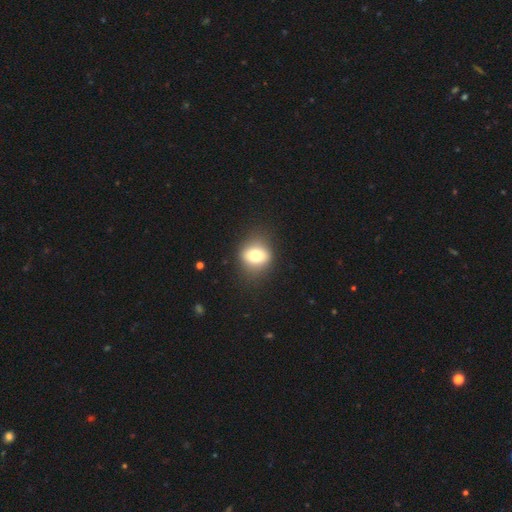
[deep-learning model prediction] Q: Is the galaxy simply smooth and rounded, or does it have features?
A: smooth — 70%.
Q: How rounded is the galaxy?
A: round — 68%.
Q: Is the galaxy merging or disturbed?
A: none — 80%.